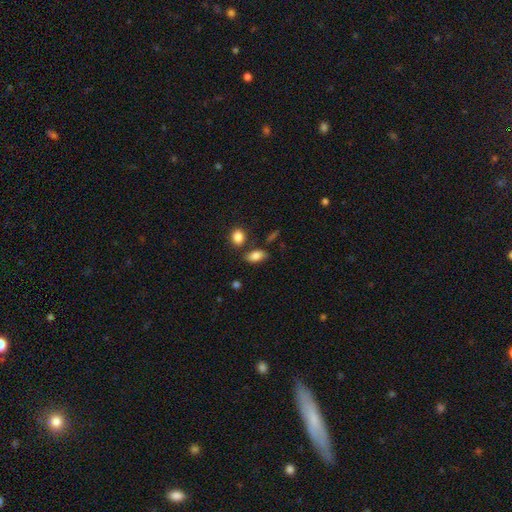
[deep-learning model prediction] Morphology: type=smooth (83%); roundness=in between (88%); merging=none (72%).